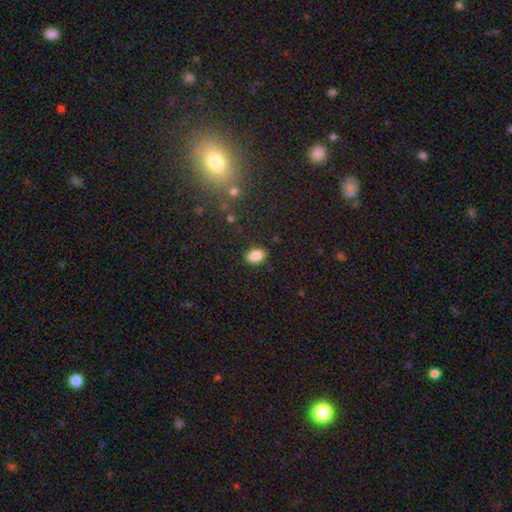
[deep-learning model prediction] smooth 87%, star or artifact 9%, featured or disk 5%. Down the decision tree: how rounded — in between (88%); merging — none (88%).